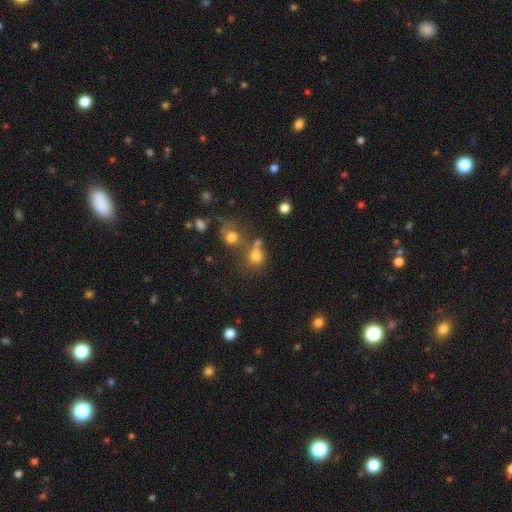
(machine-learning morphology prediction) smooth_or_featured: smooth (p=0.70) [alt: star or artifact p=0.17]
how_rounded: round (p=0.68) [alt: in between p=0.30]
merging: none (p=0.41) [alt: merger p=0.34]